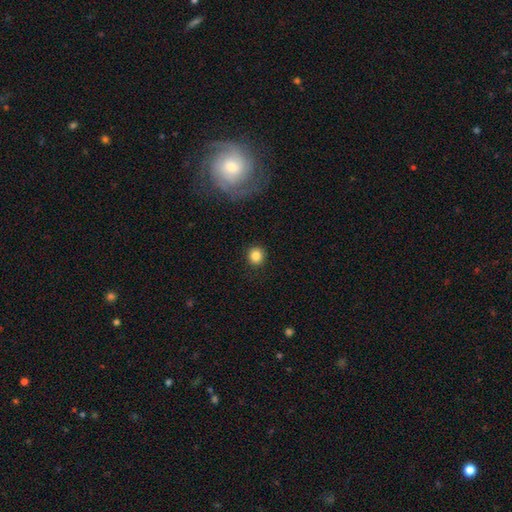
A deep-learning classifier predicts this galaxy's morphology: A smooth galaxy with no disk features (85%) that is round (89%). Merging: none (91%).